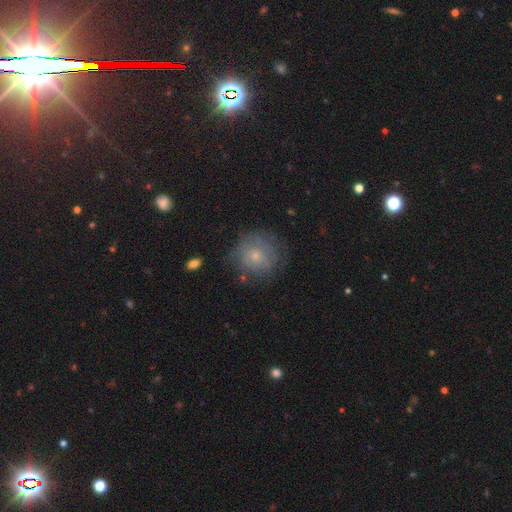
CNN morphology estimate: A smooth galaxy with no disk features (59%) that is round (89%).

Vote fractions:
- Smooth or featured? smooth: 59% / featured or disk: 31% / star or artifact: 9%
- How rounded? round: 89% / in between: 10% / cigar-shaped: 1%
- Merging? none: 67% / minor disturbance: 21% / major disturbance: 9% / merger: 2%